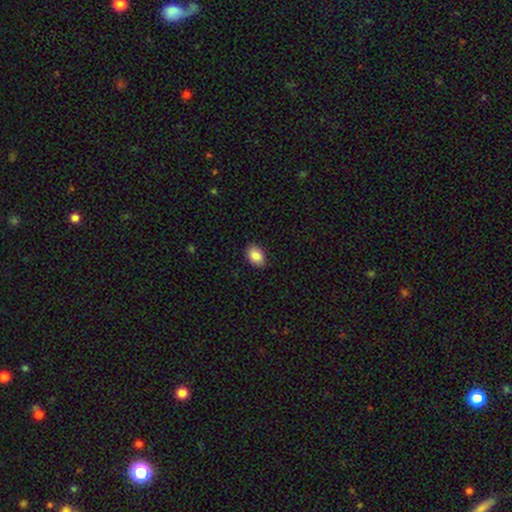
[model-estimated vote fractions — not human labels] smooth 87%, star or artifact 8%, featured or disk 5%. Down the decision tree: how rounded — in between (82%); merging — none (89%).